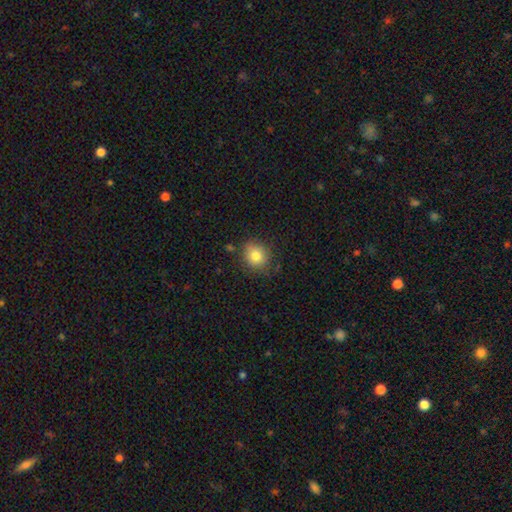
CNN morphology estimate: smooth_or_featured: smooth (p=0.81) [alt: star or artifact p=0.11]
how_rounded: round (p=0.75) [alt: in between p=0.24]
merging: none (p=0.81) [alt: minor disturbance p=0.13]